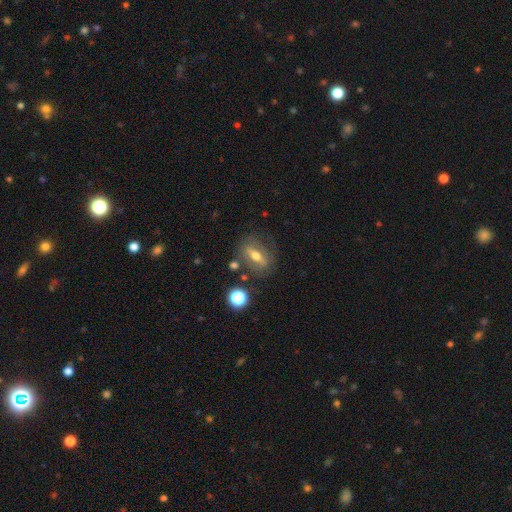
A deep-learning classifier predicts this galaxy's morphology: Smooth or featured? featured or disk (53%)
Edge-on disk? no (62%)
Merging? none (73%)